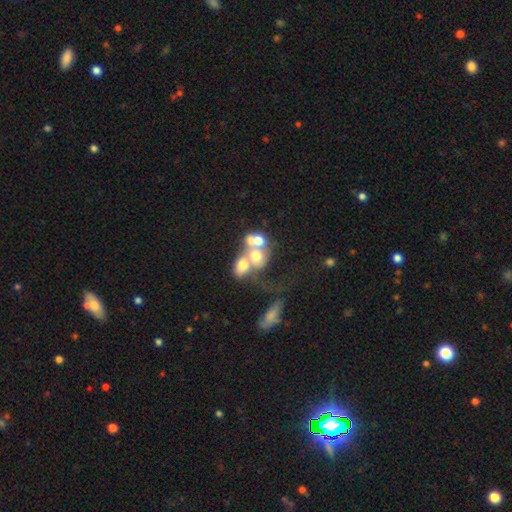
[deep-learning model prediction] smooth-or-featured: smooth: 44% | featured or disk: 39% | star or artifact: 17%
  merging: merger: 64% | none: 17% | major disturbance: 11% | minor disturbance: 7%